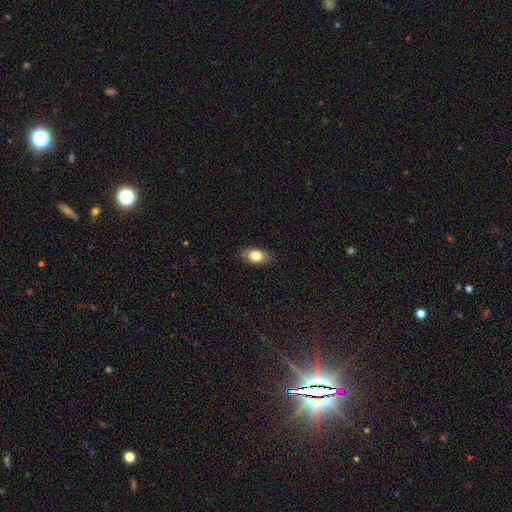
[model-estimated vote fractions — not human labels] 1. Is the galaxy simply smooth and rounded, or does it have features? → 81% smooth, 11% featured or disk, 8% star or artifact.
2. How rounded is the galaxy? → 87% in between, 9% round, 3% cigar-shaped.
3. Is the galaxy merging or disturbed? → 86% none, 11% minor disturbance, 2% major disturbance, 1% merger.